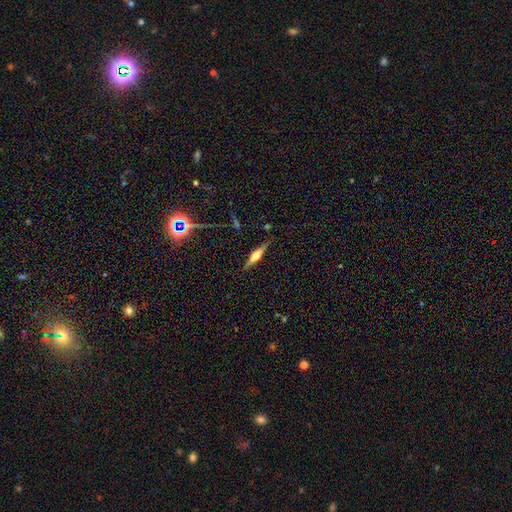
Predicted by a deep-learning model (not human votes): featured or disk 64%, smooth 27%, star or artifact 9%. Down the decision tree: edge-on disk — yes (96%); edge-on bulge — rounded (88%); merging — none (85%).